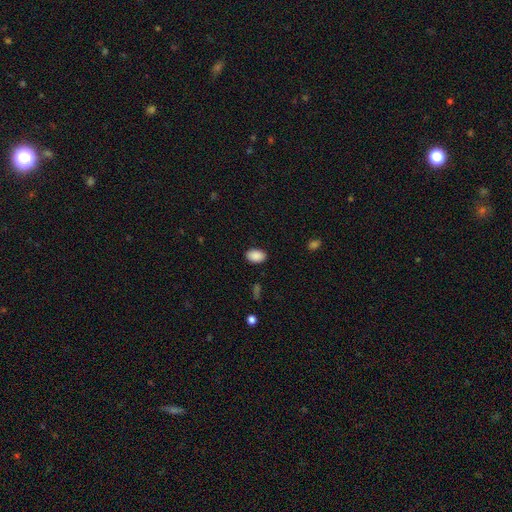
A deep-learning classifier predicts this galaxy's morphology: Q: Smooth or featured?
A: smooth (90%); runner-up: star or artifact (7%)
Q: How rounded?
A: in between (87%); runner-up: round (12%)
Q: Merging?
A: none (88%); runner-up: minor disturbance (9%)